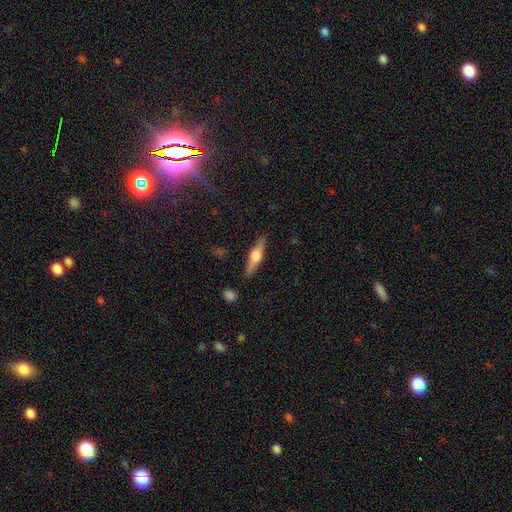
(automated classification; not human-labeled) Smooth or featured: featured or disk — 62% (smooth — 31%)
Edge-on disk: yes — 96% (no — 4%)
Edge-on bulge: rounded — 92% (boxy — 6%)
Merging: none — 88% (minor disturbance — 8%)